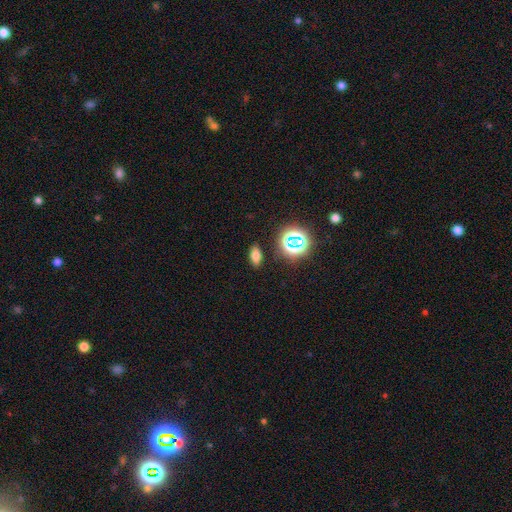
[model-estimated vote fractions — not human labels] Smooth or featured?
  - smooth: 70% *
  - star or artifact: 21%
  - featured or disk: 9%
How rounded?
  - in between: 84% *
  - round: 9%
  - cigar-shaped: 7%
Merging?
  - none: 87% *
  - minor disturbance: 8%
  - major disturbance: 3%
  - merger: 2%